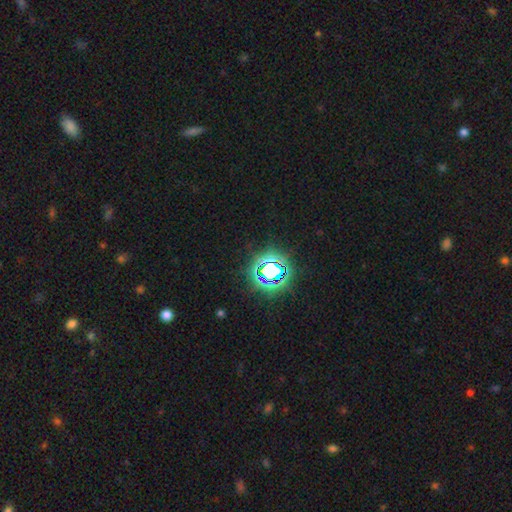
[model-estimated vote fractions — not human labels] smooth_or_featured: star or artifact (p=0.79) [alt: smooth p=0.14]